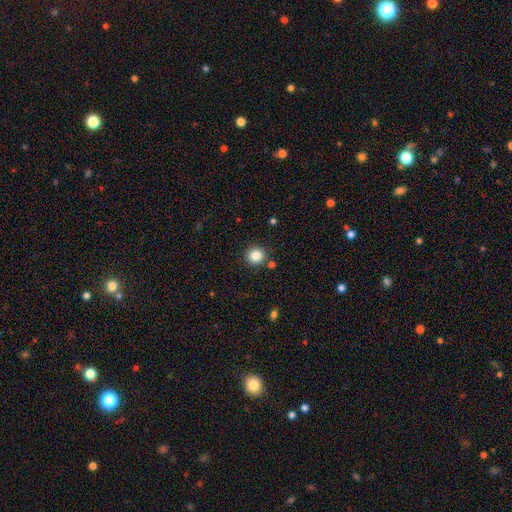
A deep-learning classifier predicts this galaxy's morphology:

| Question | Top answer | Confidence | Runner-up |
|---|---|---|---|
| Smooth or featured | smooth | 84% | star or artifact (11%) |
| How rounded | round | 93% | in between (6%) |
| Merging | none | 87% | minor disturbance (7%) |